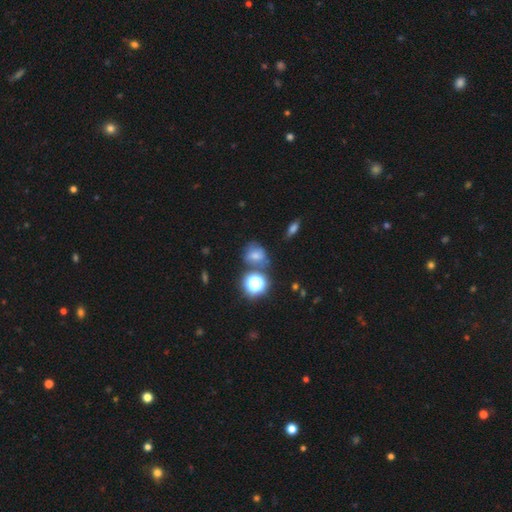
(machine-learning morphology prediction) Smooth or featured?
  - smooth: 45% *
  - star or artifact: 38%
  - featured or disk: 17%
Merging?
  - none: 69% *
  - minor disturbance: 14%
  - merger: 12%
  - major disturbance: 6%